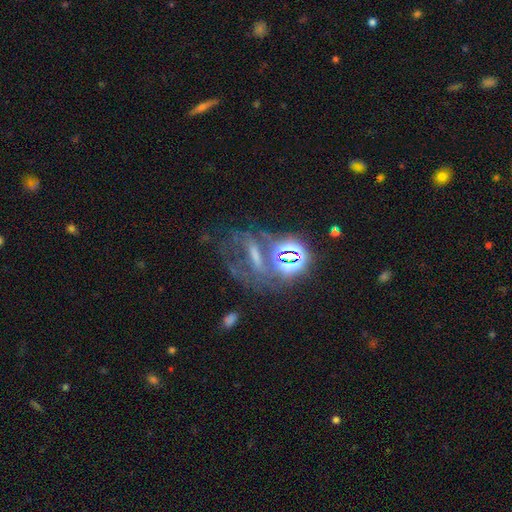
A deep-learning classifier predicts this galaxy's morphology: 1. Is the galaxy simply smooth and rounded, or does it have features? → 45% featured or disk, 38% star or artifact, 17% smooth.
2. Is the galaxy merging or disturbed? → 47% none, 22% major disturbance, 17% minor disturbance, 14% merger.